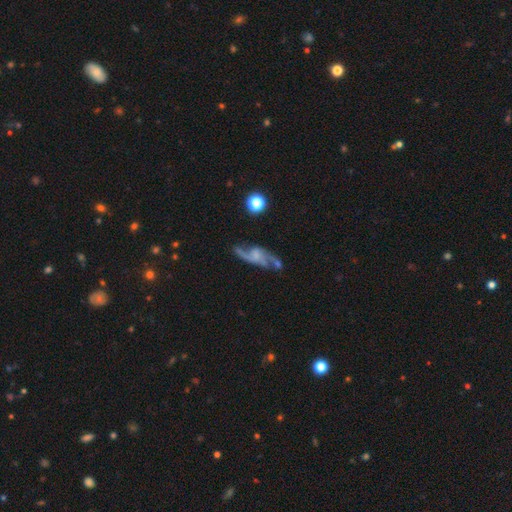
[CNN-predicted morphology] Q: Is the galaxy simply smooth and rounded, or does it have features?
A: featured or disk — 81%.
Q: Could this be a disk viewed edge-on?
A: no — 93%.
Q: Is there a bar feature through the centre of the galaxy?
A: no — 54%.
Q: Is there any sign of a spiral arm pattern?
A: yes — 93%.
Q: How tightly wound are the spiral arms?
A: loose — 74%.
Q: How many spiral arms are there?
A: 2 — 86%.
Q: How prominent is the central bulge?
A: none — 49%.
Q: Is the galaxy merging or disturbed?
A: none — 53%.